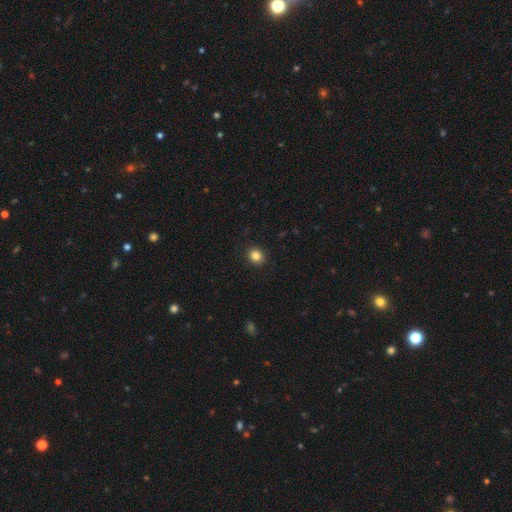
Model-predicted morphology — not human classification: type=smooth (84%); roundness=round (84%); merging=none (91%).